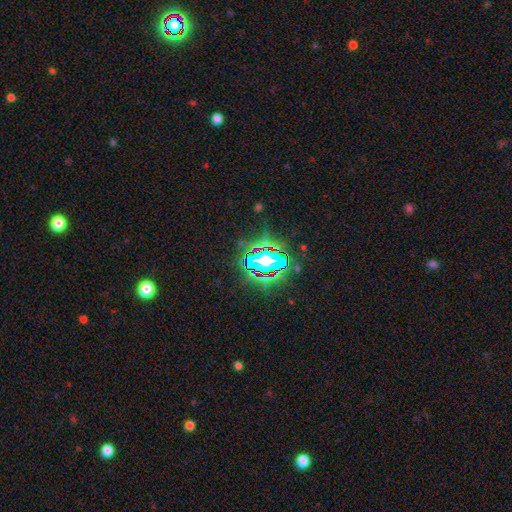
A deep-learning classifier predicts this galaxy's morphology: Smooth or featured? star or artifact (83%)